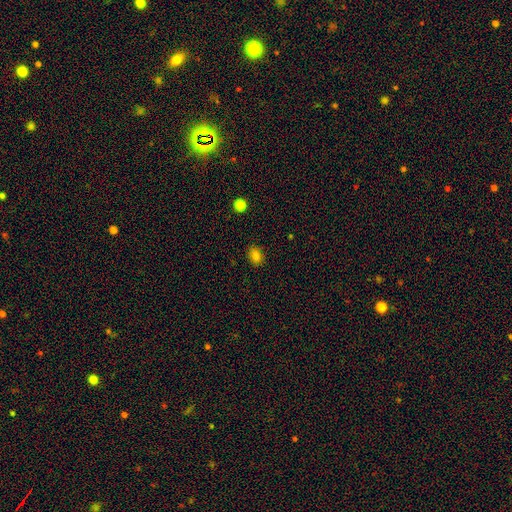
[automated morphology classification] Smooth or featured? smooth (81%)
How rounded? in between (58%)
Merging? none (87%)